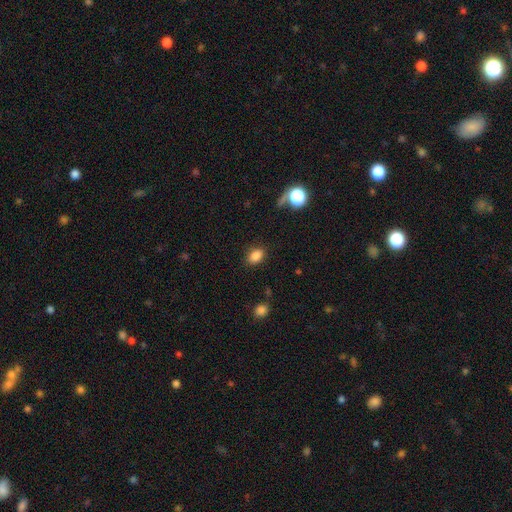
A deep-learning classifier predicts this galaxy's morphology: Smooth or featured? Predicted: smooth (p=0.85). How rounded? Predicted: in between (p=0.80). Merging? Predicted: none (p=0.83).